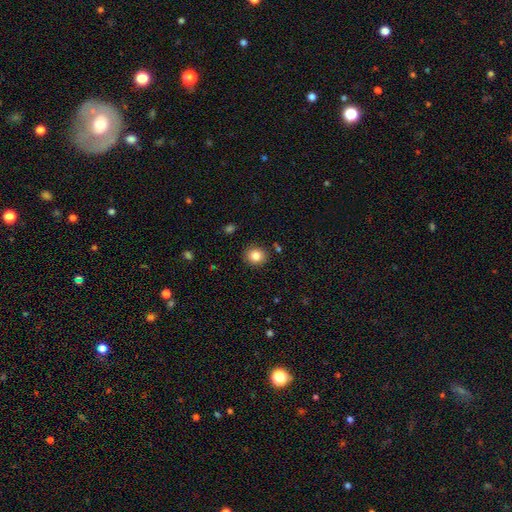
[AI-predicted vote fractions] Smooth or featured? smooth (84%)
How rounded? round (79%)
Merging? none (88%)